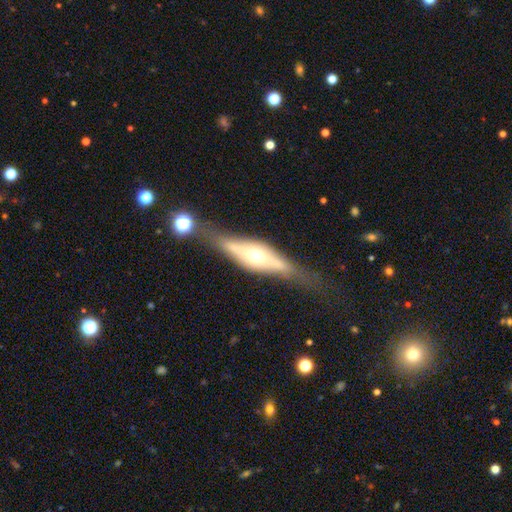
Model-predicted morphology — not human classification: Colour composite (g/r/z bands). It shows a featured or disk galaxy (64%) viewed edge-on (84%) with a rounded central bulge (88%). Merging: none (66%).